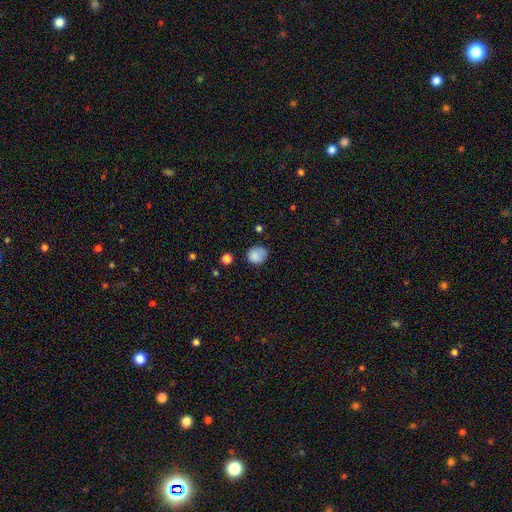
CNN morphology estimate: type=smooth (85%); roundness=round (76%); merging=none (69%).